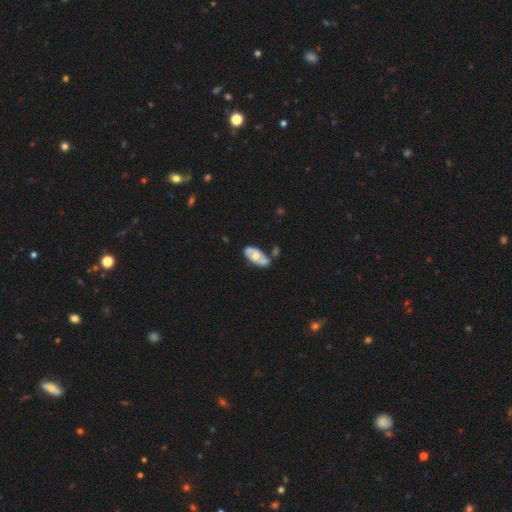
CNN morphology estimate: The model was most divided on "smooth or featured": featured or disk: 52%, smooth: 43%, star or artifact: 5%. More confident: edge-on disk — no (88%); merging — none (52%).